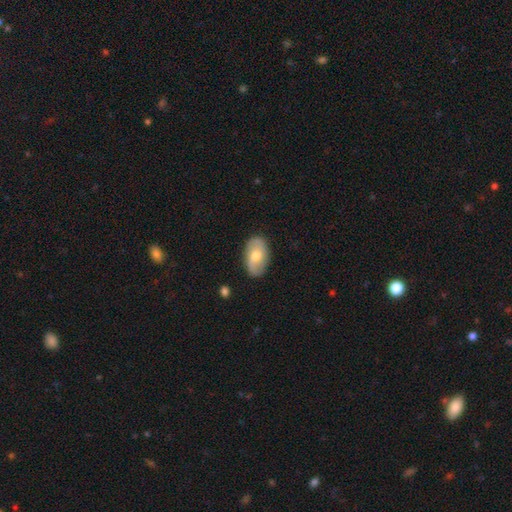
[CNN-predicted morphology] This is possibly a smooth galaxy (48%). Merging: clearly none (82%).